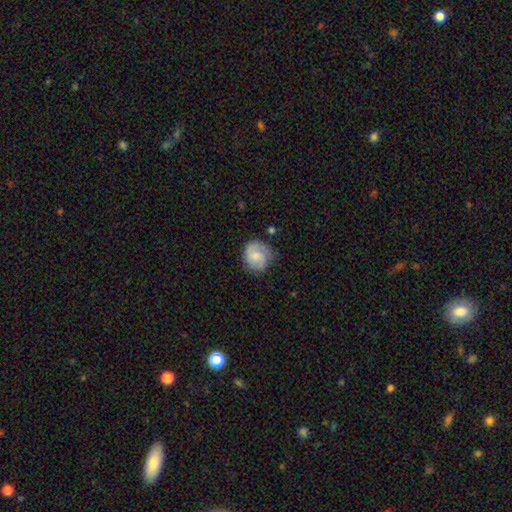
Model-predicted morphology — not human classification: Overall: smooth (51%; featured or disk 41%). How rounded: round (78%). Merging: none (65%).